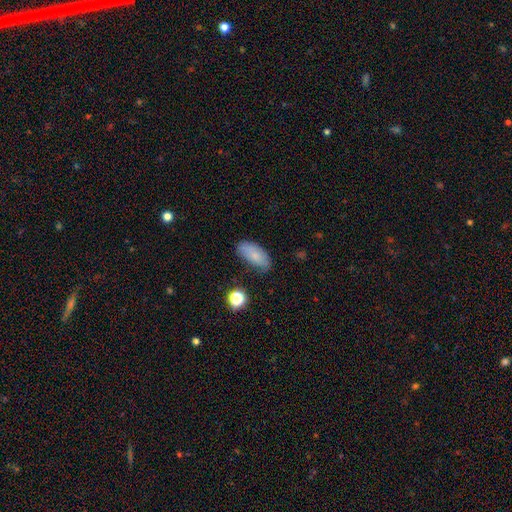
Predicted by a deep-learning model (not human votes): A smooth galaxy with no disk features (78%) that is in between round and cigar-shaped (89%). Merging: none (69%).